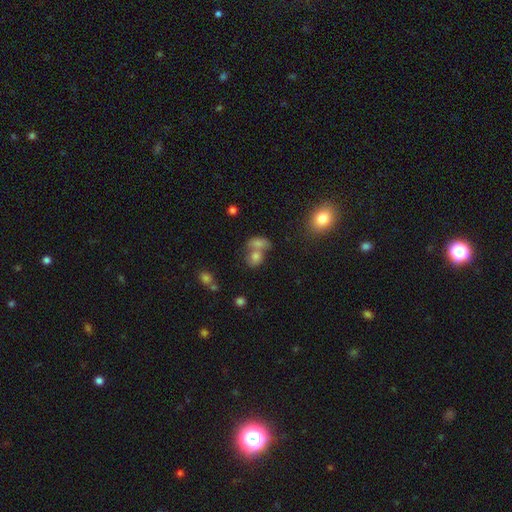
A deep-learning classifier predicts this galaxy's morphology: A smooth galaxy with no disk features (71%) that is in between round and cigar-shaped (53%). Merging: merger (51%).